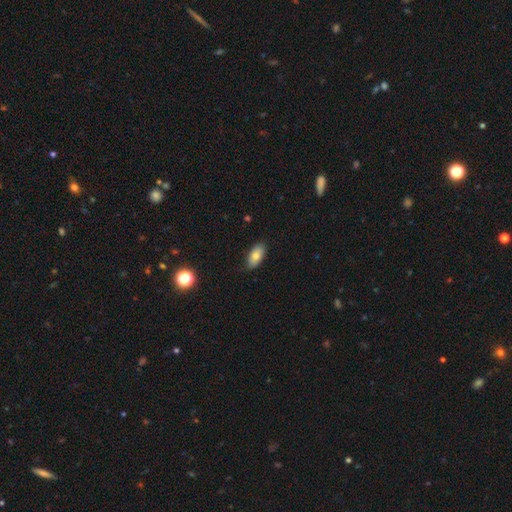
Smooth or featured?
  - smooth: 74% *
  - featured or disk: 23%
  - star or artifact: 3%
How rounded?
  - in between: 90% *
  - round: 7%
  - cigar-shaped: 3%
Merging?
  - none: 84% *
  - minor disturbance: 11%
  - major disturbance: 3%
  - merger: 3%